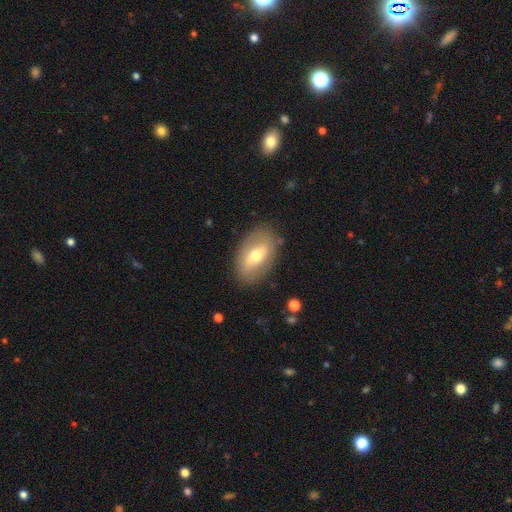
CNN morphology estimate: Overall: smooth (51%; featured or disk 42%). How rounded: in between (89%). Merging: none (82%).